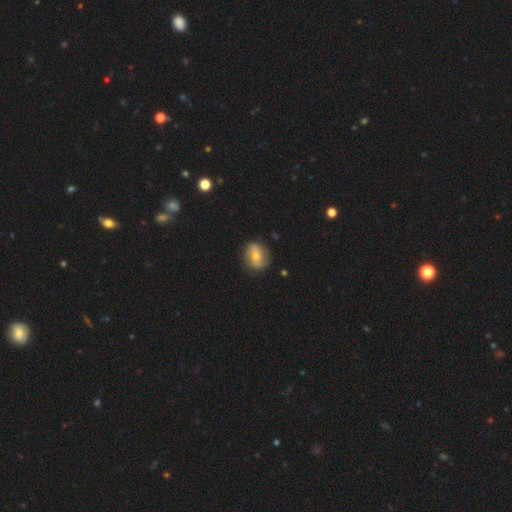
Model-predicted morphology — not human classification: smooth-or-featured: smooth: 46% (tied) | featured or disk: 46% (tied) | star or artifact: 8%
  merging: none: 80% | minor disturbance: 15% | major disturbance: 4% | merger: 1%